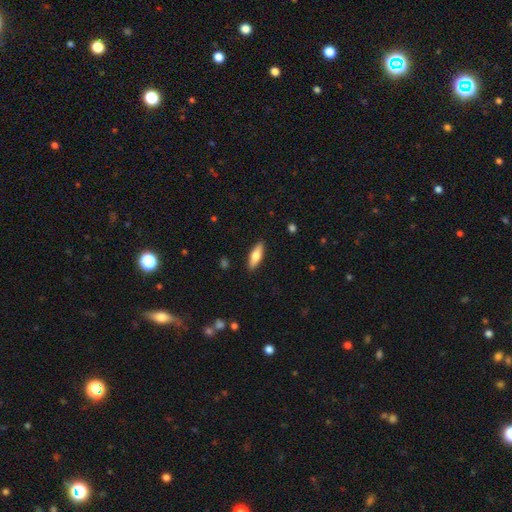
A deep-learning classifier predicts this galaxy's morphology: The model was most divided on "how rounded": in between: 51%, cigar-shaped: 47%, round: 2%. More confident: merging — none (89%); smooth or featured — smooth (68%).